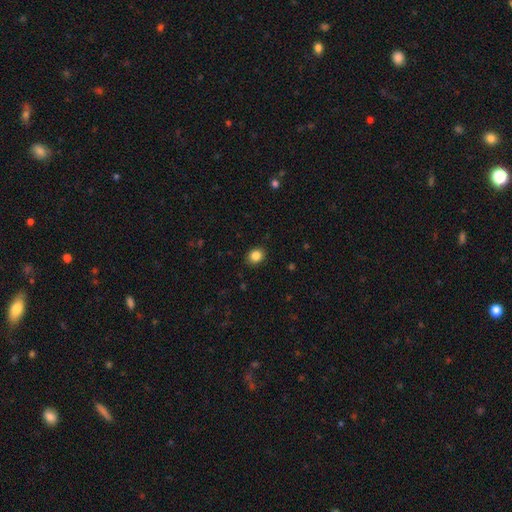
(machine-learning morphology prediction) smooth-or-featured: smooth: 86% | star or artifact: 10% | featured or disk: 5%
  how-rounded: round: 58% | in between: 41% | cigar-shaped: 1%
  merging: none: 89% | minor disturbance: 8% | major disturbance: 2% | merger: 1%